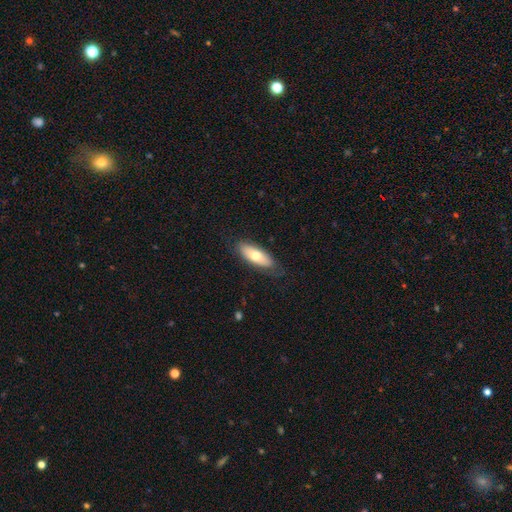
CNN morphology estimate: Smooth or featured?
  - smooth: 66% *
  - featured or disk: 29%
  - star or artifact: 6%
How rounded?
  - in between: 74% *
  - cigar-shaped: 24%
  - round: 2%
Merging?
  - none: 79% *
  - minor disturbance: 16%
  - major disturbance: 4%
  - merger: 1%